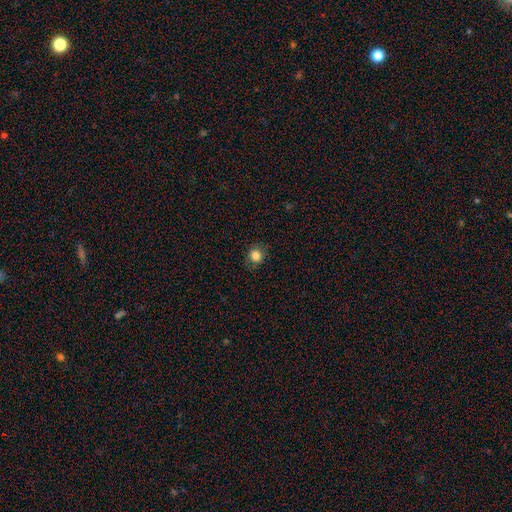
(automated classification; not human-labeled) Smooth or featured? Predicted: smooth (p=0.83). How rounded? Predicted: round (p=0.83). Merging? Predicted: none (p=0.84).